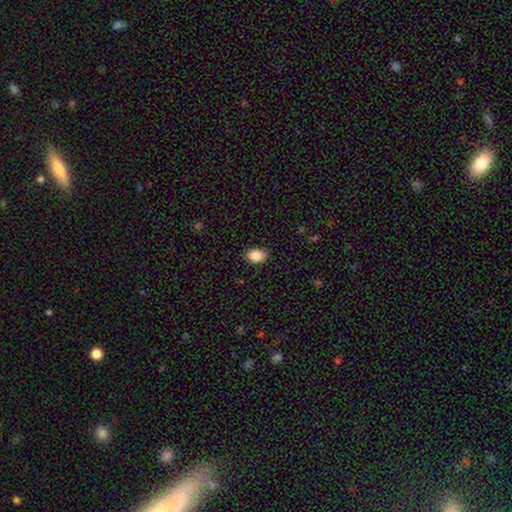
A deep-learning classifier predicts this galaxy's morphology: The model was most divided on "how rounded": in between: 81%, round: 17%, cigar-shaped: 1%. More confident: smooth or featured — smooth (87%); merging — none (82%).